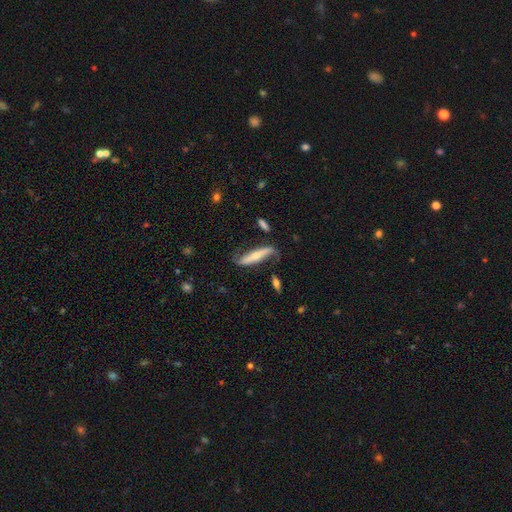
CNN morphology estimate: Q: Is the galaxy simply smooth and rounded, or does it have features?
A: featured or disk — 72%.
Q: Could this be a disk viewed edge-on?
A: no — 65%.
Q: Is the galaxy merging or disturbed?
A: none — 65%.